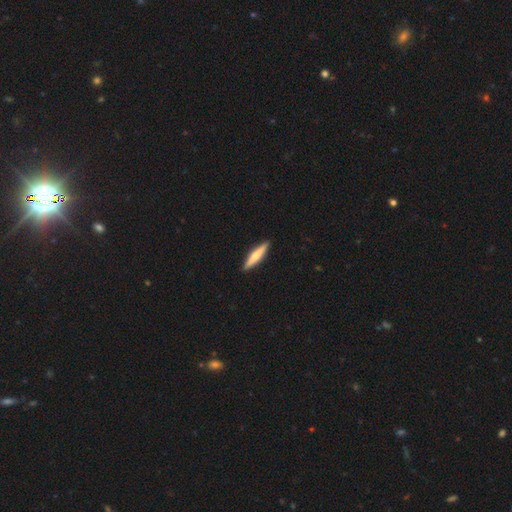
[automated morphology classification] The model was most divided on "smooth or featured": smooth: 55%, featured or disk: 40%, star or artifact: 5%. More confident: merging — none (92%); how rounded — cigar-shaped (88%).